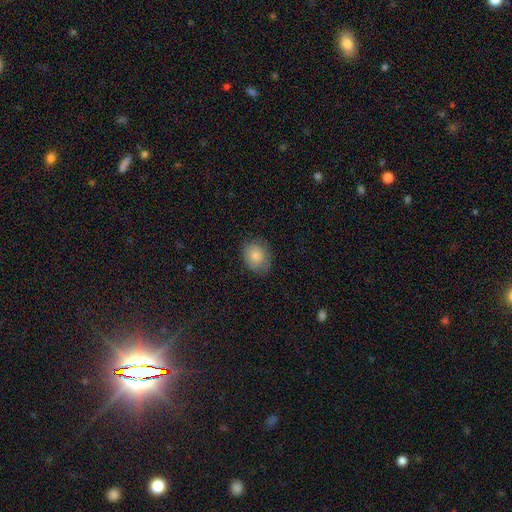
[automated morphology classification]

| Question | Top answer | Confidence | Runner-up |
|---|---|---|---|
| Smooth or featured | smooth | 82% | featured or disk (11%) |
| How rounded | round | 51% | in between (48%) |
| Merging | none | 76% | minor disturbance (19%) |